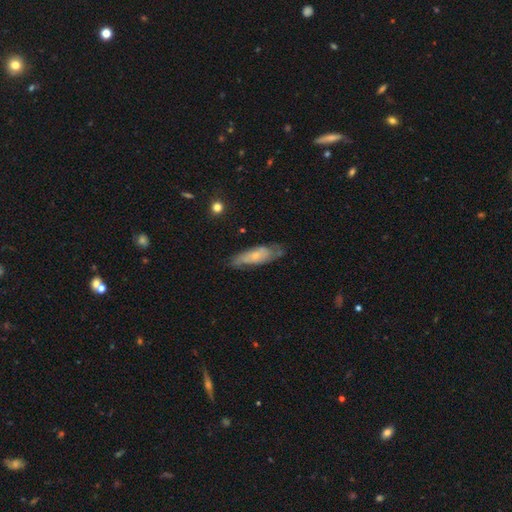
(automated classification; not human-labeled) Smooth or featured: featured or disk — 53% (smooth — 41%)
Edge-on disk: no — 76% (yes — 24%)
Merging: none — 62% (minor disturbance — 27%)